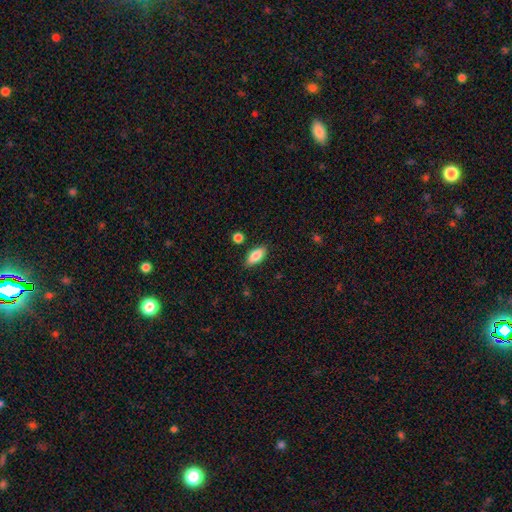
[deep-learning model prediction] Overall: smooth (81%). How rounded: in between (81%). Merging: none (84%).